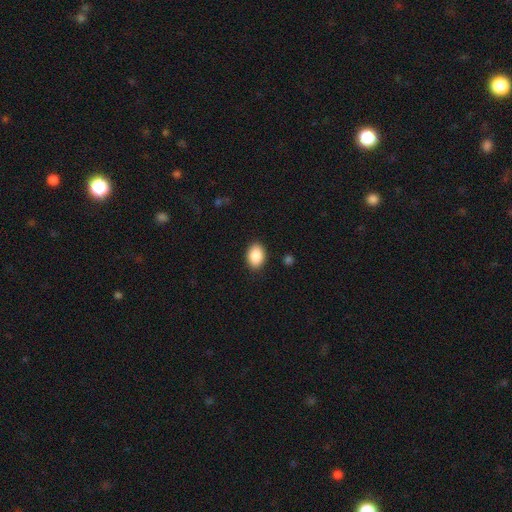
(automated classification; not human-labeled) Smooth or featured? Predicted: smooth (p=0.90). How rounded? Predicted: in between (p=0.81). Merging? Predicted: none (p=0.89).